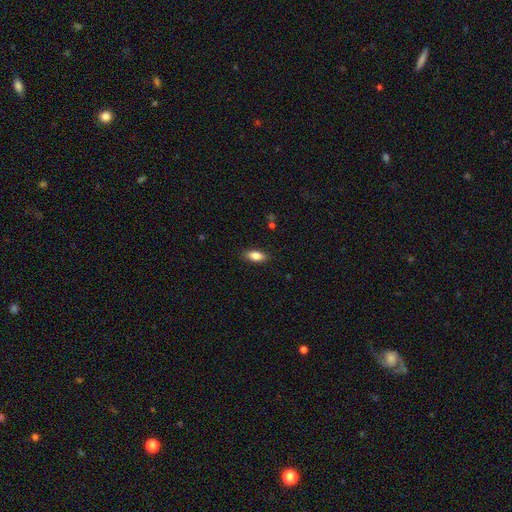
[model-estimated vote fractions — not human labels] Q: Smooth or featured?
A: smooth (86%); runner-up: star or artifact (7%)
Q: How rounded?
A: in between (87%); runner-up: cigar-shaped (10%)
Q: Merging?
A: none (85%); runner-up: minor disturbance (11%)